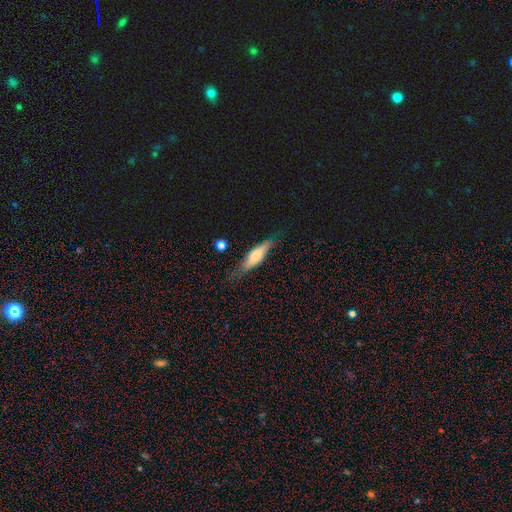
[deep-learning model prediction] Morphology: type=smooth (59%); roundness=cigar-shaped (57%); merging=none (72%).